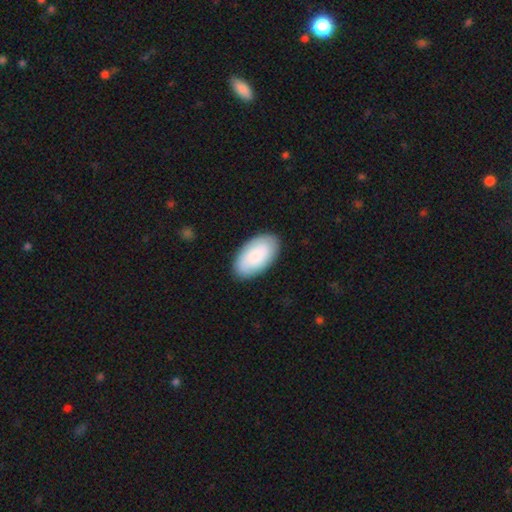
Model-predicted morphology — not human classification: Q: Smooth or featured?
A: smooth (81%); runner-up: featured or disk (13%)
Q: How rounded?
A: in between (96%); runner-up: round (3%)
Q: Merging?
A: none (87%); runner-up: minor disturbance (9%)